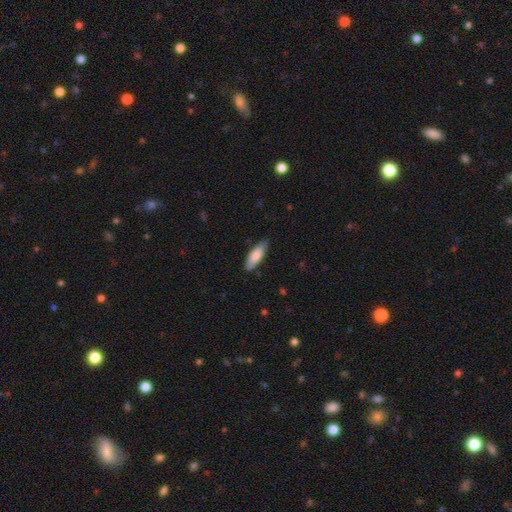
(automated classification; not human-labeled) Morphology: type=smooth (82%); roundness=in between (57%); merging=none (80%).